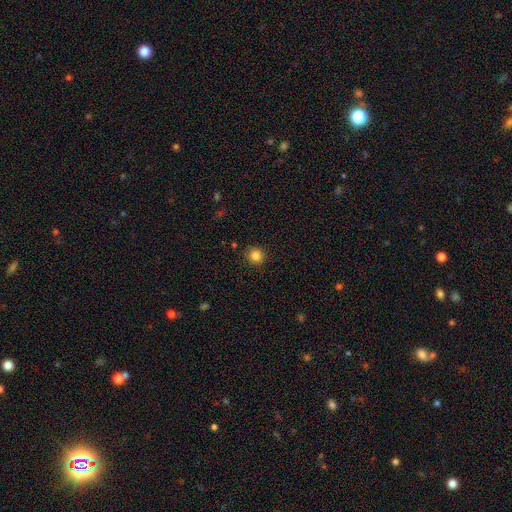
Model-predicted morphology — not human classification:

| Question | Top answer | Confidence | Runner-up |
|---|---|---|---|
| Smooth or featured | smooth | 83% | star or artifact (12%) |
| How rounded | round | 93% | in between (6%) |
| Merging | none | 91% | minor disturbance (6%) |